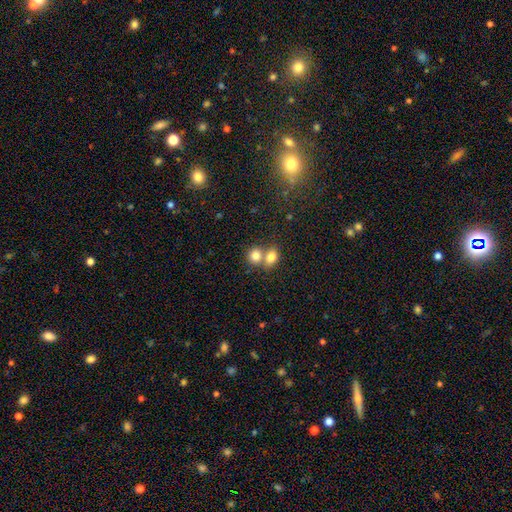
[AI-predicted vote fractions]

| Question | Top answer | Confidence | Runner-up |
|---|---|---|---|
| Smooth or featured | smooth | 80% | featured or disk (10%) |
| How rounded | round | 66% | in between (32%) |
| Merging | merger | 58% | none (34%) |